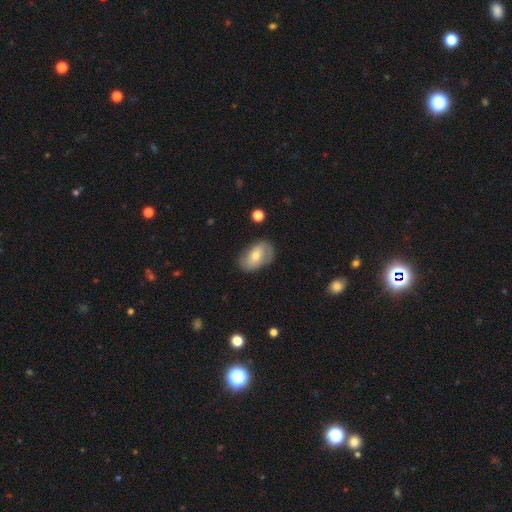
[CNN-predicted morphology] Overall: smooth (57%; featured or disk 36%). How rounded: in between (88%). Merging: none (72%).